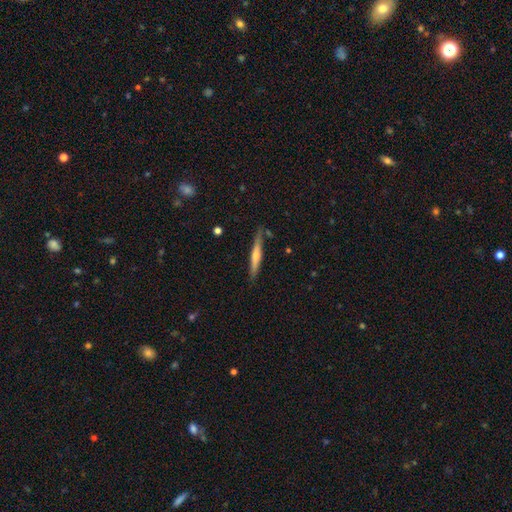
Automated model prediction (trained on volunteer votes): This appears to be a featured or disk galaxy (62%) viewed edge-on (97%) with a rounded central bulge (75%). Merging: none (85%).